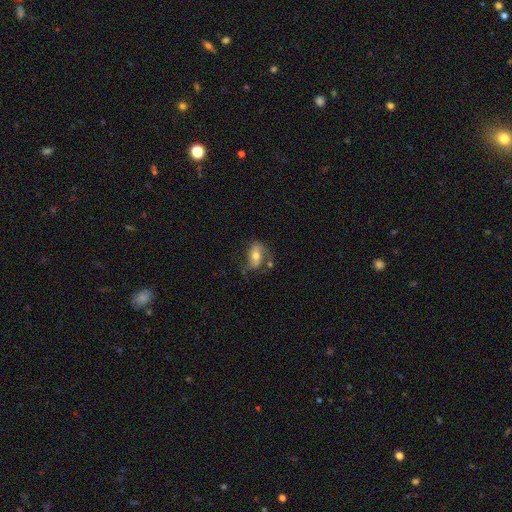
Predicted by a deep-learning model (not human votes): A featured or disk galaxy (54%) with no bar (47%), spiral arms (75%) and a moderate central bulge (71%).

Vote fractions:
- Smooth or featured? featured or disk: 54% / smooth: 38% / star or artifact: 8%
- Edge-on disk? no: 93% / yes: 7%
- Bar? no: 47% / weak: 31% / strong: 21%
- Spiral arms? yes: 75% / no: 25%
- Bulge size? moderate: 71% / small: 17% / large: 9% / none: 1% / dominant: 1%
- Merging? none: 47% / minor disturbance: 25% / major disturbance: 19% / merger: 9%